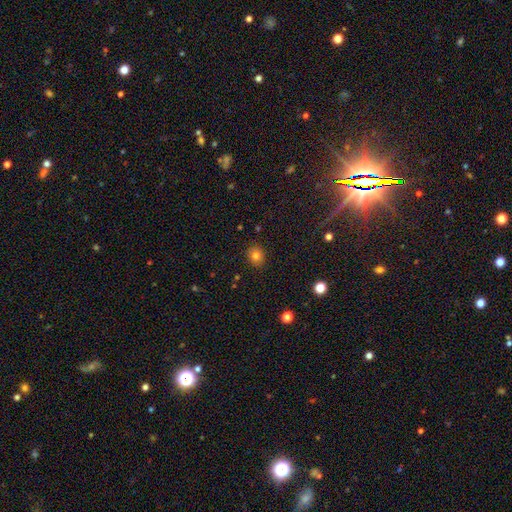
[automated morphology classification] type=smooth (79%); roundness=round (73%); merging=none (89%).